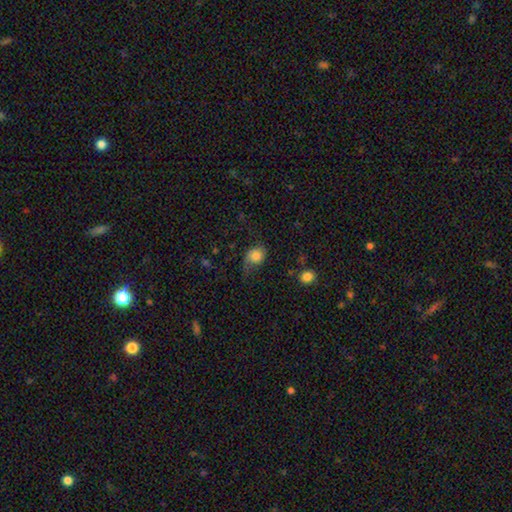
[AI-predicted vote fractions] Smooth or featured: smooth — 76% (featured or disk — 14%)
How rounded: round — 60% (in between — 39%)
Merging: none — 50% (minor disturbance — 29%)